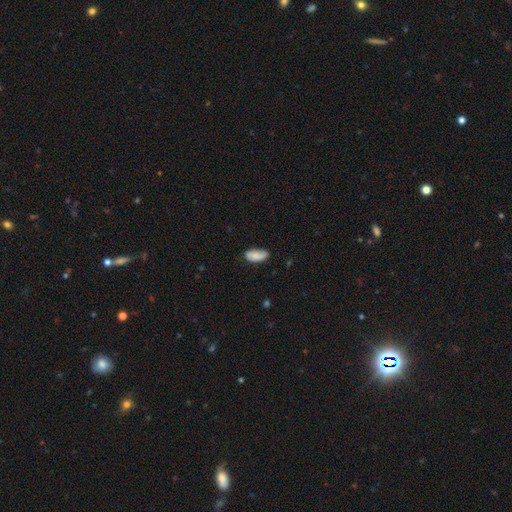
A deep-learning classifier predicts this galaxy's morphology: type=smooth (84%); roundness=in between (91%); merging=none (73%).